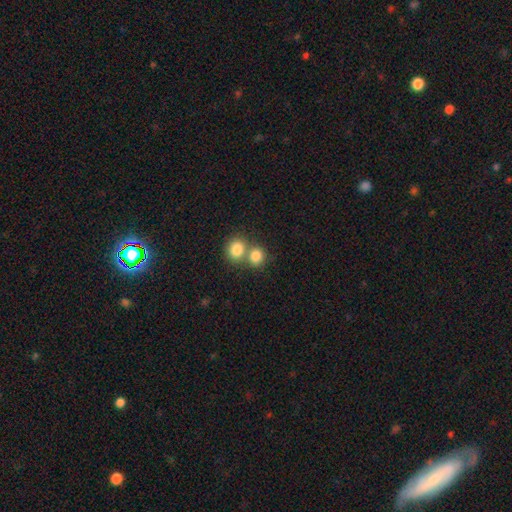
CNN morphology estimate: type=smooth (82%); roundness=round (72%); merging=merger (52%).